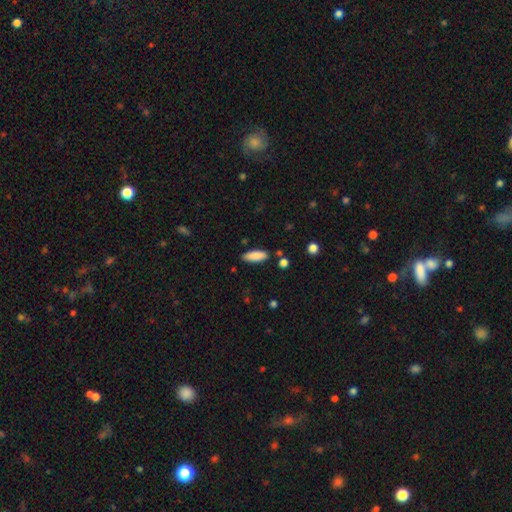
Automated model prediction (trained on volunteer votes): The model was most divided on "how rounded": in between: 67%, cigar-shaped: 31%, round: 2%. More confident: smooth or featured — smooth (87%); merging — none (83%).